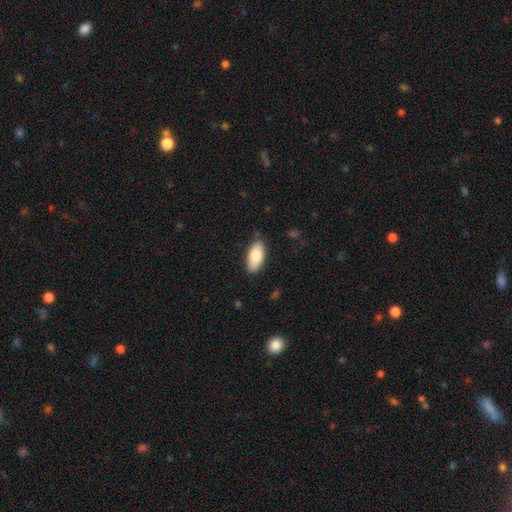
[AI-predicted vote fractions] smooth_or_featured: smooth (p=0.82) [alt: featured or disk p=0.12]
how_rounded: in between (p=0.92) [alt: cigar-shaped p=0.05]
merging: none (p=0.83) [alt: minor disturbance p=0.13]